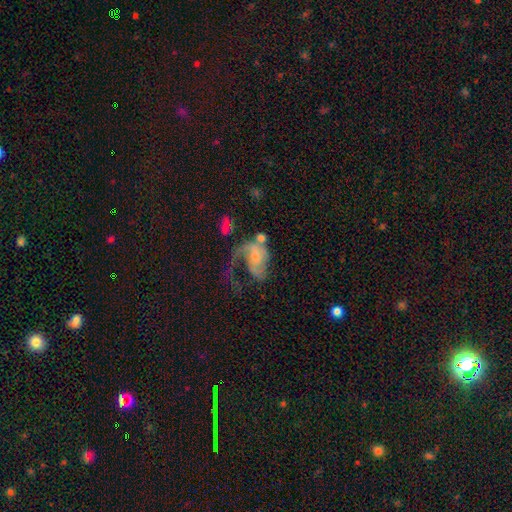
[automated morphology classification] Smooth or featured? Predicted: featured or disk (p=0.67). Edge-on disk? Predicted: no (p=0.97). Bar? Predicted: no (p=0.54). Spiral arms? Predicted: yes (p=0.78). Spiral winding? Predicted: loose (p=0.59). Spiral arm count? Predicted: 1 (p=0.64). Bulge size? Predicted: small (p=0.50). Merging? Predicted: major disturbance (p=0.53).